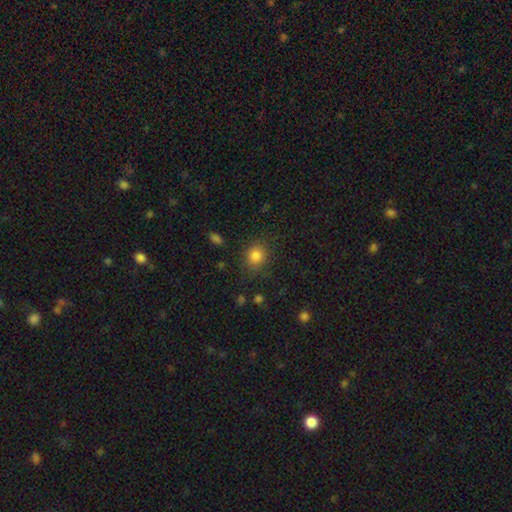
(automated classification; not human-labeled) A smooth galaxy with no disk features (83%) that is round (78%). Merging: none (82%).